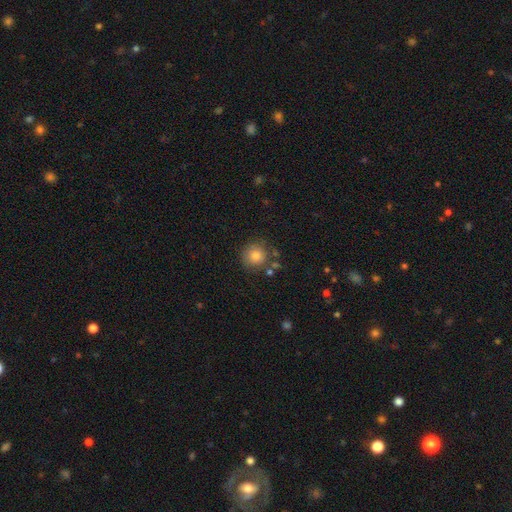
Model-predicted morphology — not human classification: Smooth or featured?
  - smooth: 81% *
  - star or artifact: 10%
  - featured or disk: 9%
How rounded?
  - round: 92% *
  - in between: 7%
  - cigar-shaped: 1%
Merging?
  - none: 77% *
  - minor disturbance: 13%
  - merger: 6%
  - major disturbance: 4%